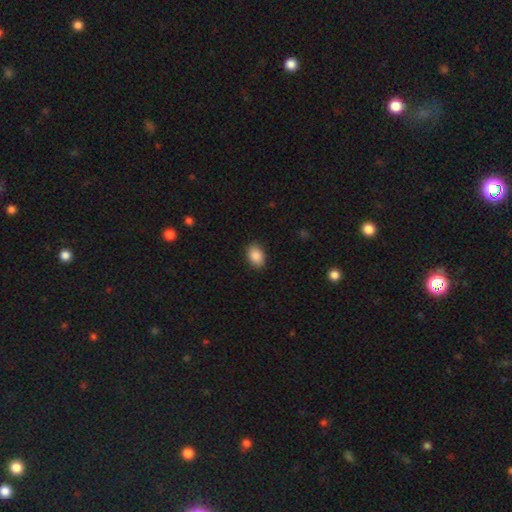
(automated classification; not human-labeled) Smooth or featured? Predicted: smooth (p=0.89). How rounded? Predicted: in between (p=0.82). Merging? Predicted: none (p=0.88).